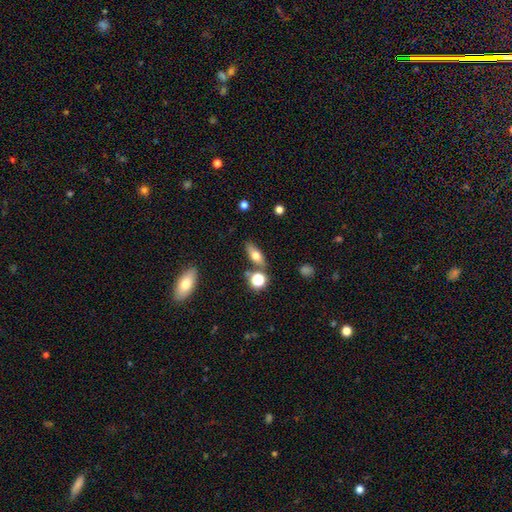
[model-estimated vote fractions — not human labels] Q: Smooth or featured?
A: smooth (65%); runner-up: featured or disk (25%)
Q: How rounded?
A: in between (68%); runner-up: cigar-shaped (23%)
Q: Merging?
A: none (74%); runner-up: minor disturbance (12%)